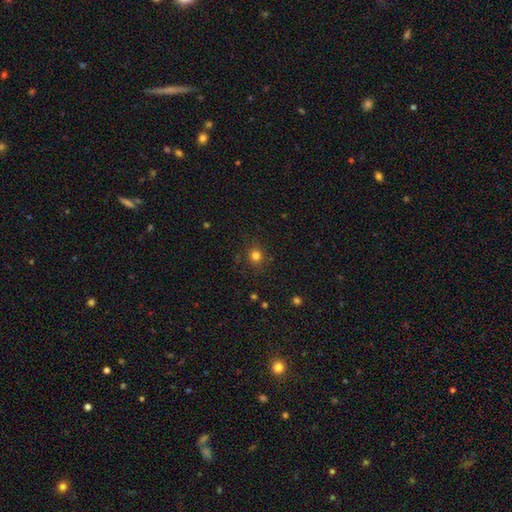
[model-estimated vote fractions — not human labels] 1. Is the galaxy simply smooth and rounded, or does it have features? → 79% smooth, 16% star or artifact, 5% featured or disk.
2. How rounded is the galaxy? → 87% round, 12% in between, 1% cigar-shaped.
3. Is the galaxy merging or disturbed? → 86% none, 9% minor disturbance, 3% major disturbance, 2% merger.